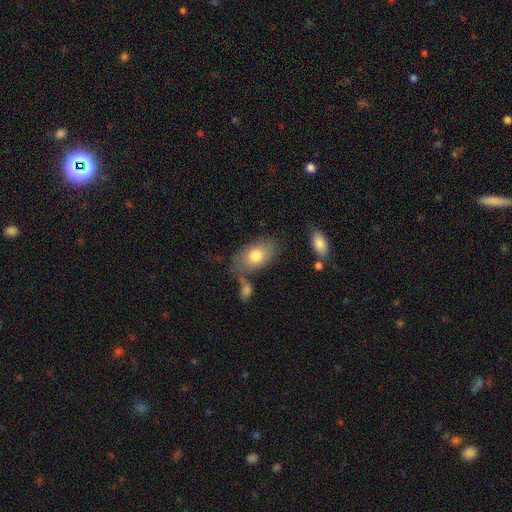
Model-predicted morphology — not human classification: smooth-or-featured: smooth: 77% | featured or disk: 16% | star or artifact: 7%
  how-rounded: in between: 90% | round: 9% | cigar-shaped: 2%
  merging: none: 64% | minor disturbance: 18% | merger: 11% | major disturbance: 7%